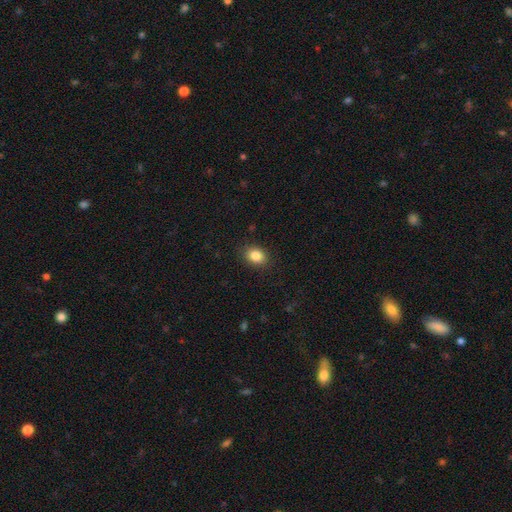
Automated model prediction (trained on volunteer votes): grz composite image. It shows a smooth galaxy with no disk features (86%) that is in between round and cigar-shaped (64%). Merging: none (88%).